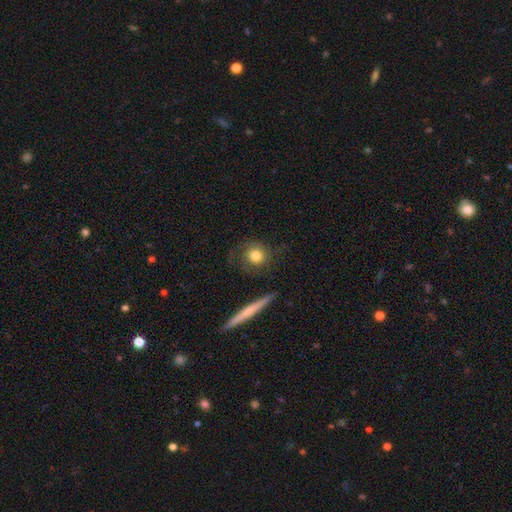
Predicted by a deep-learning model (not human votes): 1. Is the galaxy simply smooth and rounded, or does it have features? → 65% smooth, 27% featured or disk, 7% star or artifact.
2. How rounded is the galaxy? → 84% round, 13% in between, 3% cigar-shaped.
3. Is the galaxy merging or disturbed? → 70% none, 17% minor disturbance, 10% major disturbance, 4% merger.